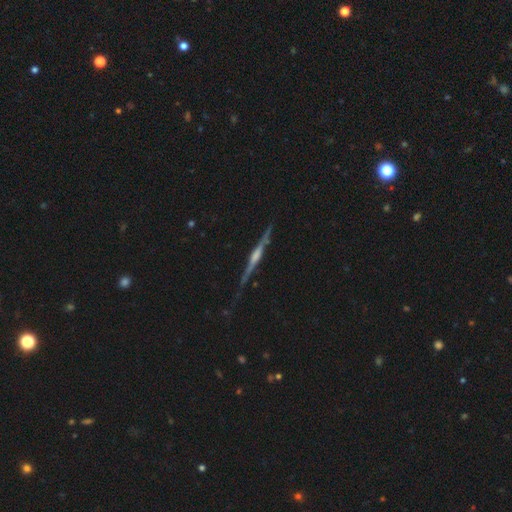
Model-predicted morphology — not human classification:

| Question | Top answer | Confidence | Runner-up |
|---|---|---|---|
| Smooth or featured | featured or disk | 83% | smooth (10%) |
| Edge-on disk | yes | 98% | no (2%) |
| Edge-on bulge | rounded | 78% | none (12%) |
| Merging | none | 85% | minor disturbance (11%) |